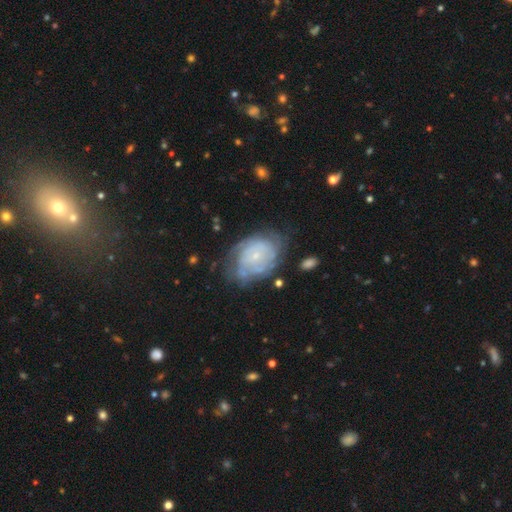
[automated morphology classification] Q: Smooth or featured?
A: featured or disk (73%); runner-up: smooth (20%)
Q: Edge-on disk?
A: no (97%); runner-up: yes (3%)
Q: Bar?
A: no (75%); runner-up: weak (21%)
Q: Spiral arms?
A: yes (82%); runner-up: no (18%)
Q: Spiral winding?
A: tight (68%); runner-up: medium (24%)
Q: Spiral arm count?
A: can't tell (56%); runner-up: 2 (15%)
Q: Bulge size?
A: small (82%); runner-up: moderate (12%)
Q: Merging?
A: none (57%); runner-up: minor disturbance (25%)